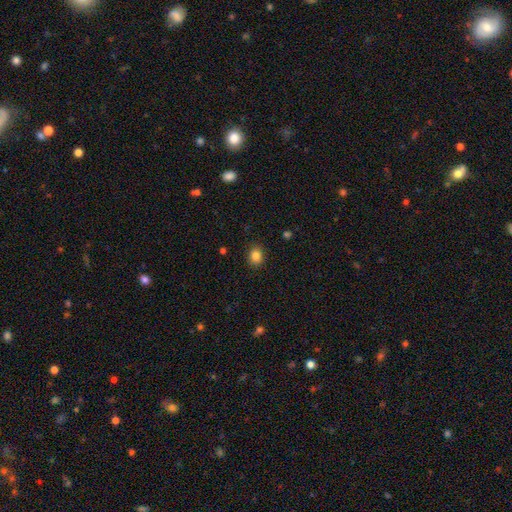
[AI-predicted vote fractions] The model was most divided on "how rounded": round: 62%, in between: 37%, cigar-shaped: 1%. More confident: merging — none (88%); smooth or featured — smooth (85%).